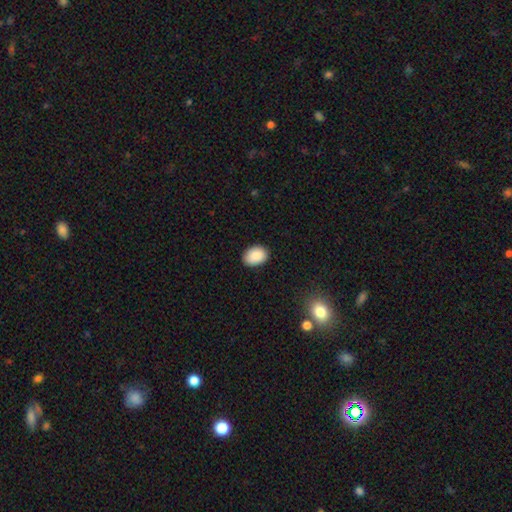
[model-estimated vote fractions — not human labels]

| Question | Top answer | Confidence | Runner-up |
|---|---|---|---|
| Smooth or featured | smooth | 89% | star or artifact (7%) |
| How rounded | in between | 78% | round (21%) |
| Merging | none | 87% | minor disturbance (10%) |